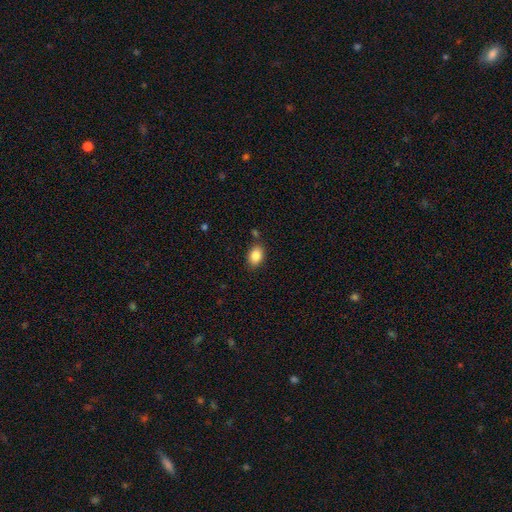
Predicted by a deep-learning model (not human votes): Smooth or featured: smooth — 86% (star or artifact — 8%)
How rounded: in between — 81% (round — 18%)
Merging: none — 81% (minor disturbance — 12%)